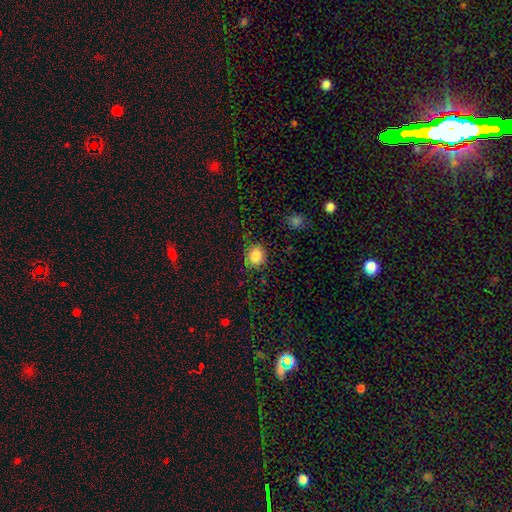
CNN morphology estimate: Overall: smooth (84%). How rounded: round (76%). Merging: none (83%).